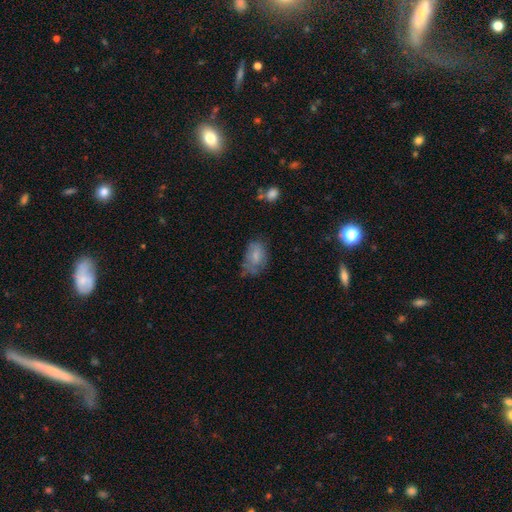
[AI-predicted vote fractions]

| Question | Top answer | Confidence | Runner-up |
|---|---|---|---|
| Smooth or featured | smooth | 73% | featured or disk (19%) |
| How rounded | in between | 88% | round (11%) |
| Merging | none | 45% | minor disturbance (35%) |